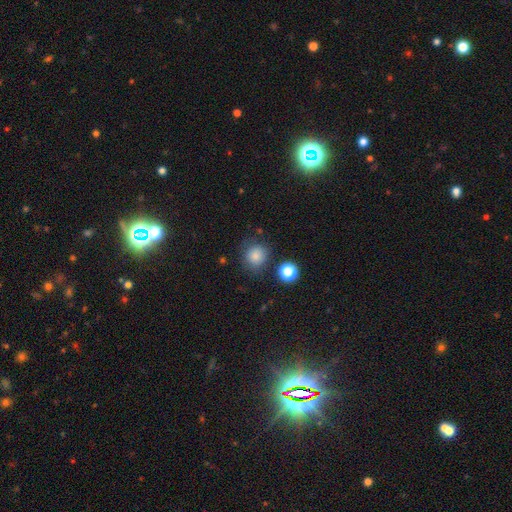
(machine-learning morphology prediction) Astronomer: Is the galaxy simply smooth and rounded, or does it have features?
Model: smooth — 84%.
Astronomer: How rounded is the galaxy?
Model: round — 82%.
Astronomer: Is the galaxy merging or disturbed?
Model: none — 75%.